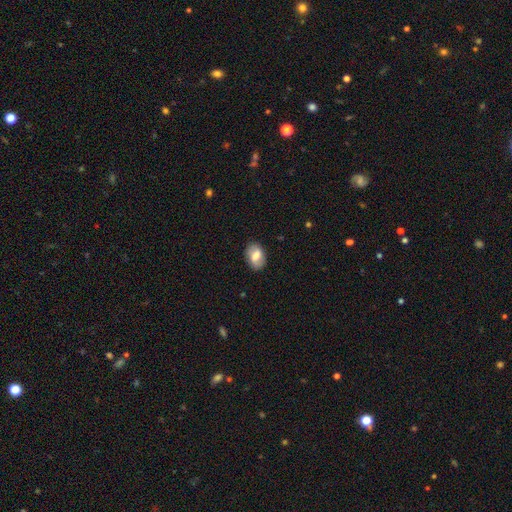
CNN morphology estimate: This appears to be a smooth galaxy with no disk features (64%) that is in between round and cigar-shaped (84%). Merging: none (82%).